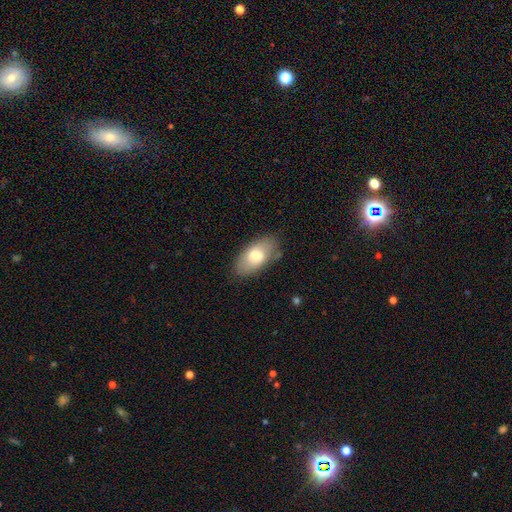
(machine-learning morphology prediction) A smooth galaxy with no disk features (72%) that is in between round and cigar-shaped (93%).

Vote fractions:
- Smooth or featured? smooth: 72% / featured or disk: 22% / star or artifact: 6%
- How rounded? in between: 93% / cigar-shaped: 4% / round: 3%
- Merging? none: 75% / minor disturbance: 19% / major disturbance: 5% / merger: 2%